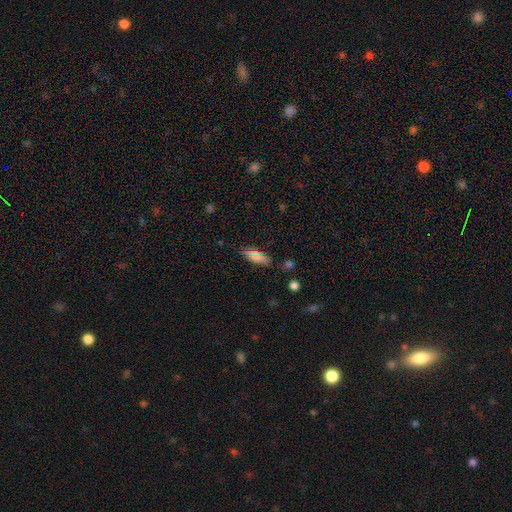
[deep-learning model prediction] Overall: smooth (70%). How rounded: in between (68%). Merging: none (82%).